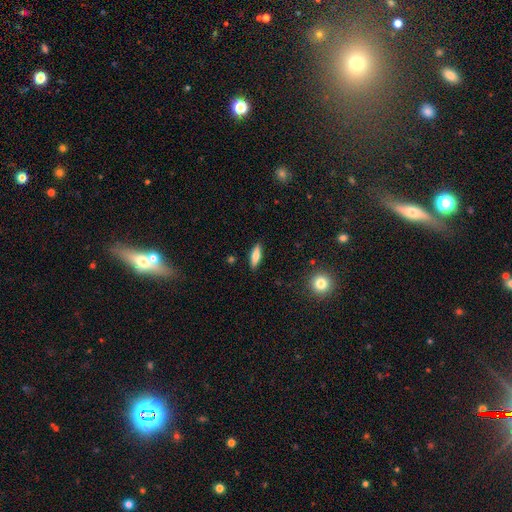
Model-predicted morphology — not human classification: type=smooth (75%); roundness=cigar-shaped (52%); merging=none (88%).